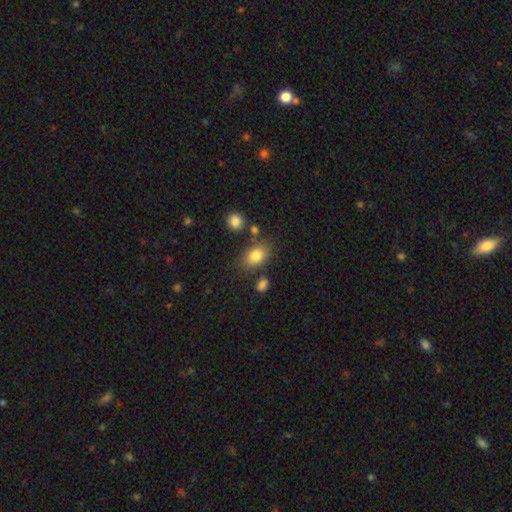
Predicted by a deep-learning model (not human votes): Smooth or featured?
  - smooth: 82% *
  - star or artifact: 9%
  - featured or disk: 9%
How rounded?
  - in between: 78% *
  - round: 21%
  - cigar-shaped: 1%
Merging?
  - none: 72% *
  - minor disturbance: 14%
  - merger: 8%
  - major disturbance: 5%